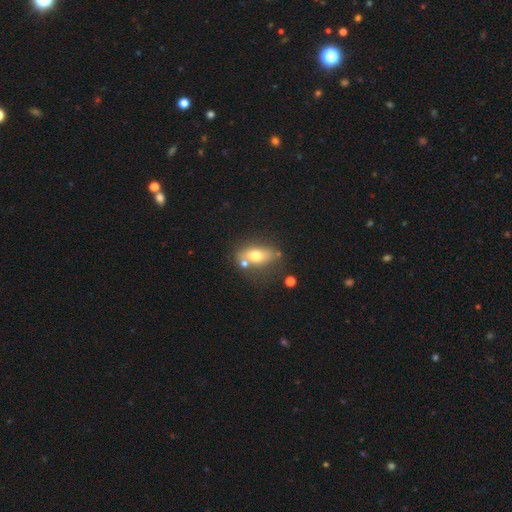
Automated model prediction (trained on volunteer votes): smooth_or_featured: smooth (p=0.64) [alt: featured or disk p=0.26]
how_rounded: in between (p=0.76) [alt: round p=0.16]
merging: none (p=0.58) [alt: merger p=0.18]